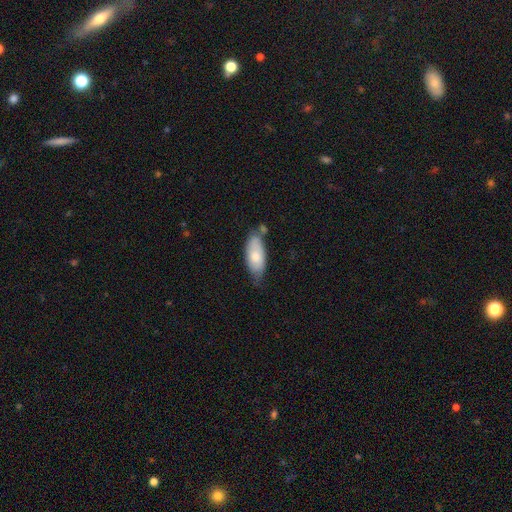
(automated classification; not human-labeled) Smooth or featured: smooth — 76% (featured or disk — 18%)
How rounded: in between — 85% (cigar-shaped — 13%)
Merging: none — 53% (minor disturbance — 29%)